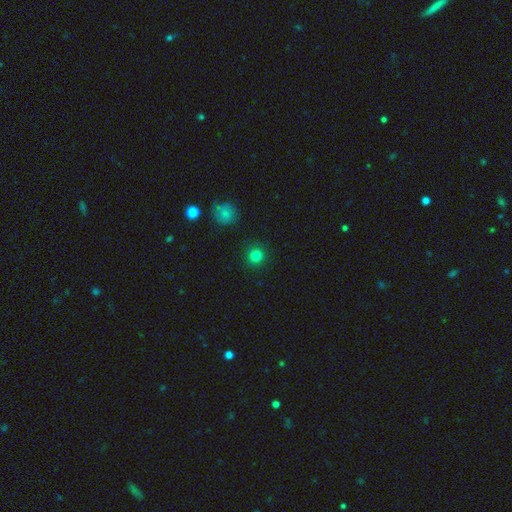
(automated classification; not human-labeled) A smooth galaxy with no disk features (82%) that is round (94%).

Vote fractions:
- Smooth or featured? smooth: 82% / star or artifact: 13% / featured or disk: 4%
- How rounded? round: 94% / in between: 5% / cigar-shaped: 1%
- Merging? none: 90% / minor disturbance: 6% / major disturbance: 2% / merger: 2%